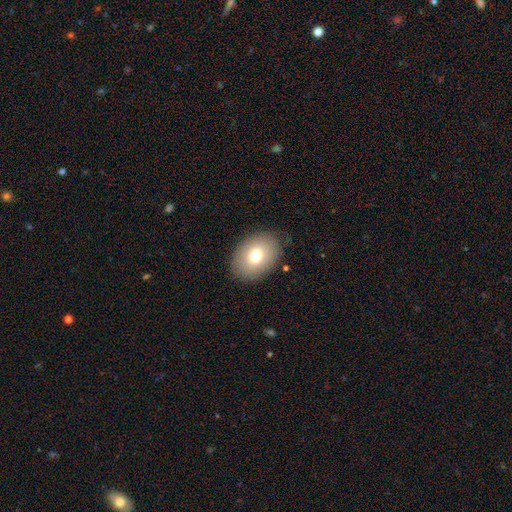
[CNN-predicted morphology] This is likely a smooth galaxy (74%). How rounded: likely in between (72%). Merging: clearly none (85%).